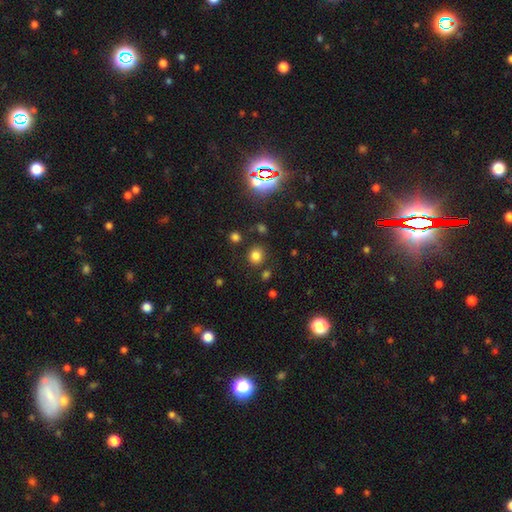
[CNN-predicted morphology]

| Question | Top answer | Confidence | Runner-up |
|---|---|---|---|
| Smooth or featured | smooth | 78% | star or artifact (17%) |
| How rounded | round | 83% | in between (16%) |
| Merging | none | 84% | minor disturbance (8%) |